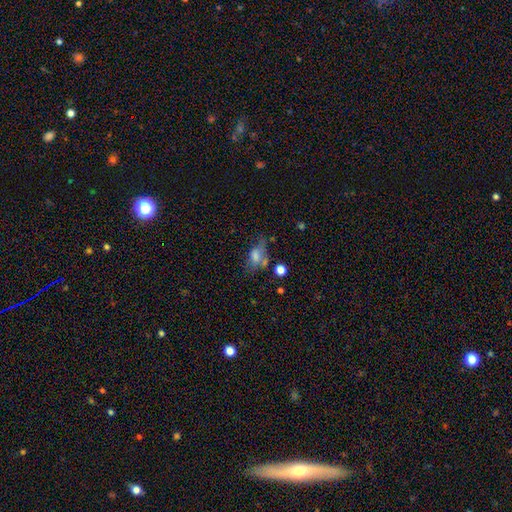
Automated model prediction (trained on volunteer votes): The model was most divided on "merging": none: 34%, minor disturbance: 27%, major disturbance: 25%, merger: 15%. More confident: how rounded — in between (80%); smooth or featured — smooth (61%).